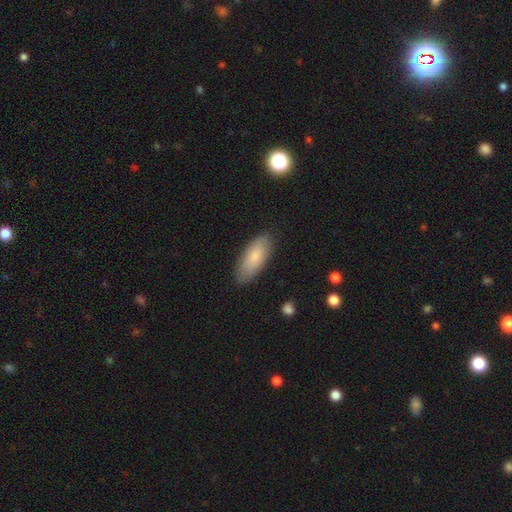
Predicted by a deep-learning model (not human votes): A smooth galaxy with no disk features (82%) that is in between round and cigar-shaped (78%).

Vote fractions:
- Smooth or featured? smooth: 82% / featured or disk: 12% / star or artifact: 6%
- How rounded? in between: 78% / cigar-shaped: 20% / round: 2%
- Merging? none: 85% / minor disturbance: 12% / major disturbance: 2% / merger: 1%